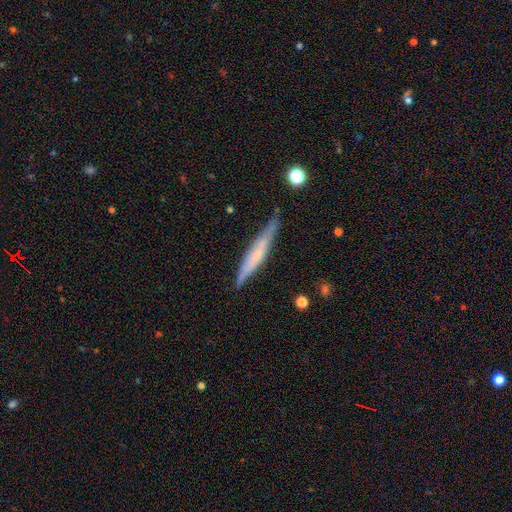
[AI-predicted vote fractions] Smooth or featured? featured or disk (51%)
Edge-on disk? yes (91%)
Merging? none (76%)